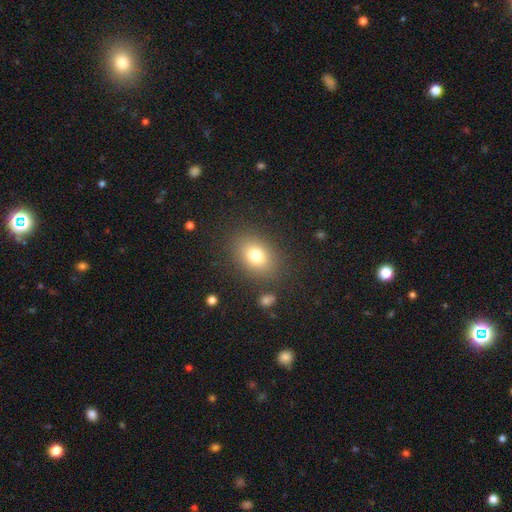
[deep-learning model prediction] smooth_or_featured: smooth (p=0.78) [alt: star or artifact p=0.11]
how_rounded: in between (p=0.70) [alt: round p=0.28]
merging: none (p=0.84) [alt: minor disturbance p=0.10]